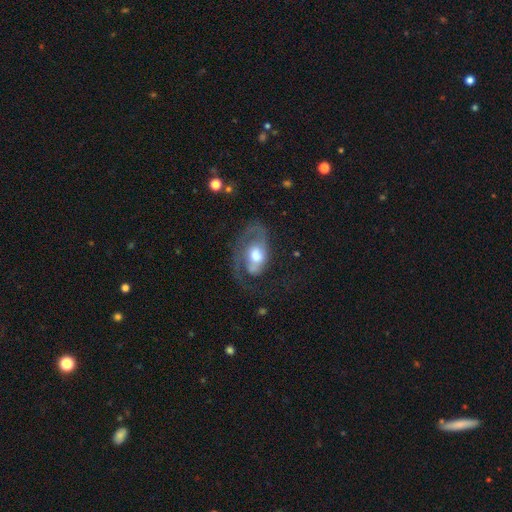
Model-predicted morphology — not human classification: Smooth or featured: featured or disk — 73% (smooth — 21%)
Edge-on disk: no — 96% (yes — 4%)
Bar: no — 68% (weak — 26%)
Spiral arms: yes — 87% (no — 13%)
Spiral winding: medium — 42% (loose — 30%)
Spiral arm count: 1 — 44% (2 — 39%)
Bulge size: moderate — 60% (large — 28%)
Merging: none — 41% (major disturbance — 36%)